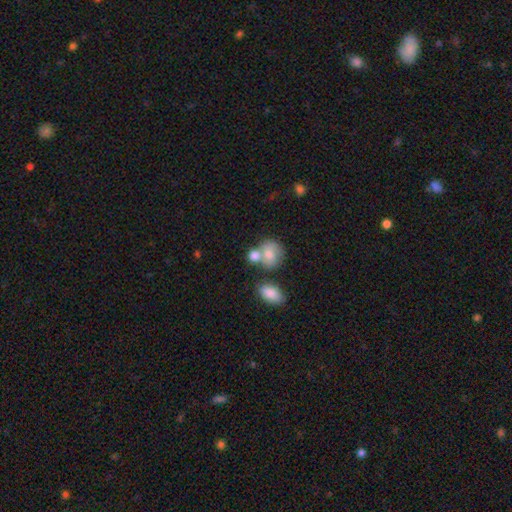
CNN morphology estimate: type=smooth (77%); roundness=round (61%); merging=merger (43%).